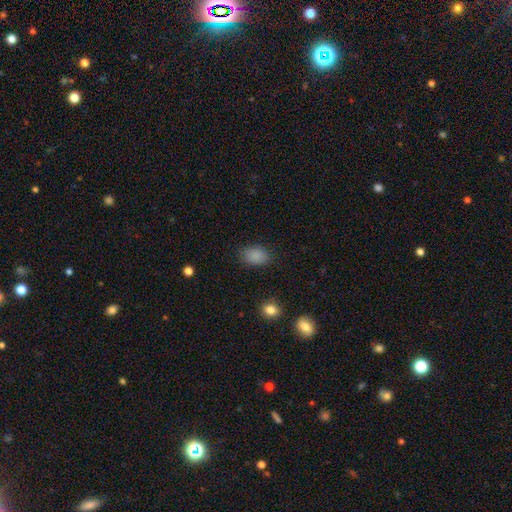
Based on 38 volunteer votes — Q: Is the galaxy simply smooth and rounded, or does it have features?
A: smooth — 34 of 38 (89%).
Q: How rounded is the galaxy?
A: in between — 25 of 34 (74%).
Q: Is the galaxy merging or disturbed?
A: none — 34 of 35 (97%).